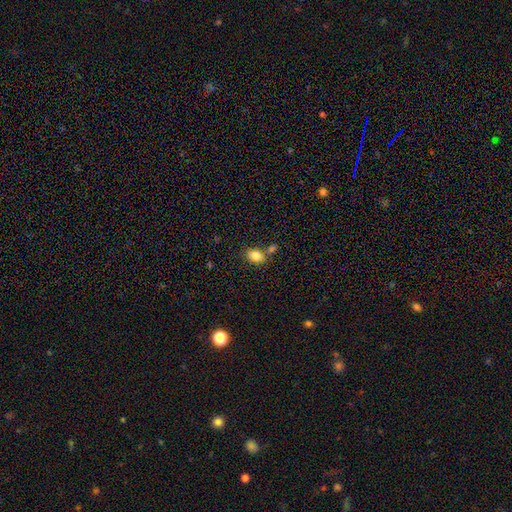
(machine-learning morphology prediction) Smooth or featured? Predicted: smooth (p=0.84). How rounded? Predicted: in between (p=0.77). Merging? Predicted: none (p=0.63).